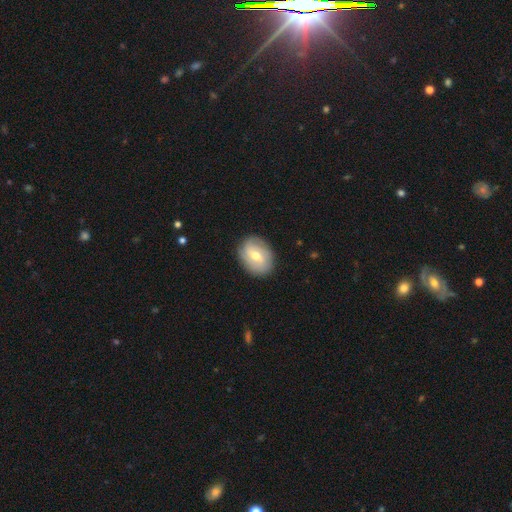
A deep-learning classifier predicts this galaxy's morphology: smooth_or_featured: featured or disk (p=0.56) [alt: smooth p=0.37]
disk_edge_on: no (p=0.95) [alt: yes p=0.05]
bar: weak (p=0.48) [alt: no p=0.35]
has_spiral_arms: yes (p=0.72) [alt: no p=0.28]
bulge_size: moderate (p=0.65) [alt: small p=0.31]
merging: none (p=0.83) [alt: minor disturbance p=0.12]